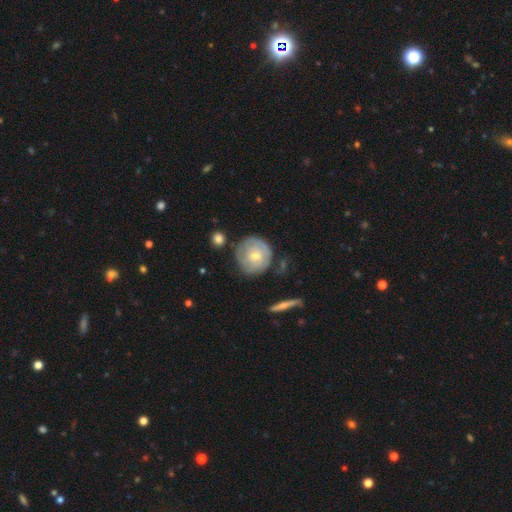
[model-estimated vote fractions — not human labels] A featured or disk galaxy (56%) with no bar (78%), spiral arms (72%) and a small central bulge (56%).

Vote fractions:
- Smooth or featured? featured or disk: 56% / smooth: 38% / star or artifact: 6%
- Edge-on disk? no: 96% / yes: 4%
- Bar? no: 78% / weak: 19% / strong: 3%
- Spiral arms? yes: 72% / no: 28%
- Bulge size? small: 56% / moderate: 40% / large: 2% / none: 1% / dominant: 1%
- Merging? none: 70% / minor disturbance: 20% / major disturbance: 6% / merger: 4%